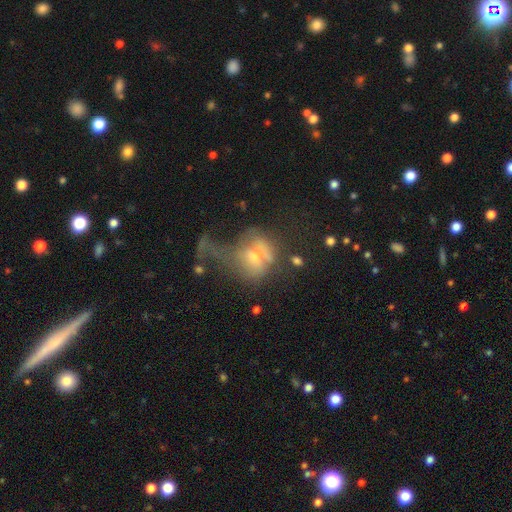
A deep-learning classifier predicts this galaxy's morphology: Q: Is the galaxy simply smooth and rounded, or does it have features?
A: smooth — 42%, tied with featured or disk.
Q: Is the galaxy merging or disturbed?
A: major disturbance — 52%.